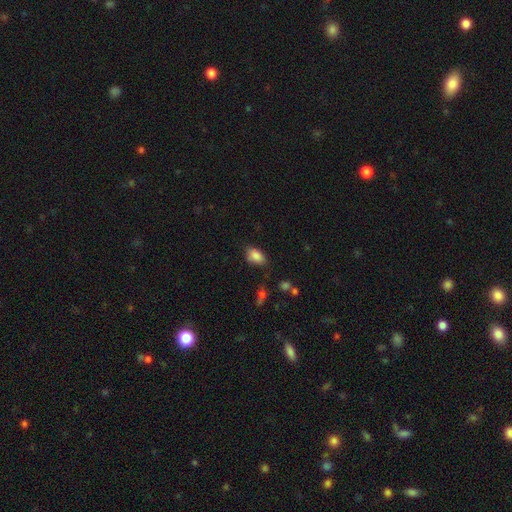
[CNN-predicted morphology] A smooth galaxy with no disk features (85%) that is in between round and cigar-shaped (88%).

Vote fractions:
- Smooth or featured? smooth: 85% / star or artifact: 9% / featured or disk: 6%
- How rounded? in between: 88% / round: 10% / cigar-shaped: 2%
- Merging? none: 71% / minor disturbance: 21% / major disturbance: 5% / merger: 3%